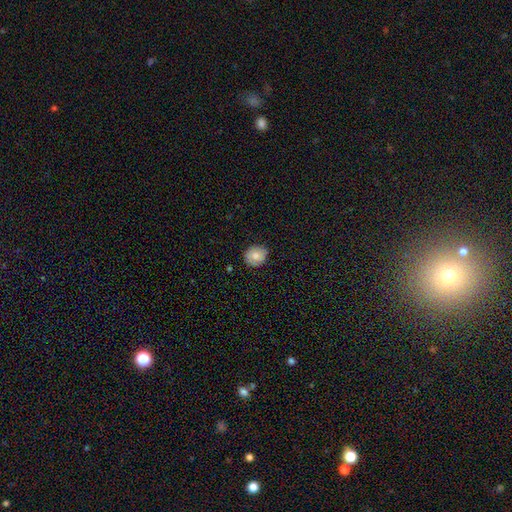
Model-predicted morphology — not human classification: smooth-or-featured: smooth: 78% | featured or disk: 14% | star or artifact: 9%
  how-rounded: round: 78% | in between: 21% | cigar-shaped: 1%
  merging: none: 85% | minor disturbance: 12% | major disturbance: 2% | merger: 1%